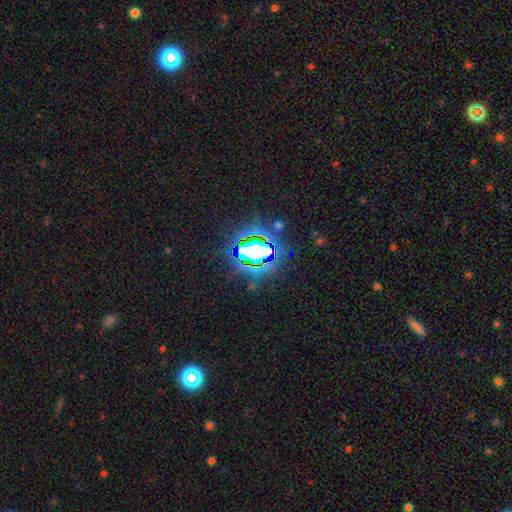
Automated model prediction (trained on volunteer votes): Smooth or featured? star or artifact (73%)